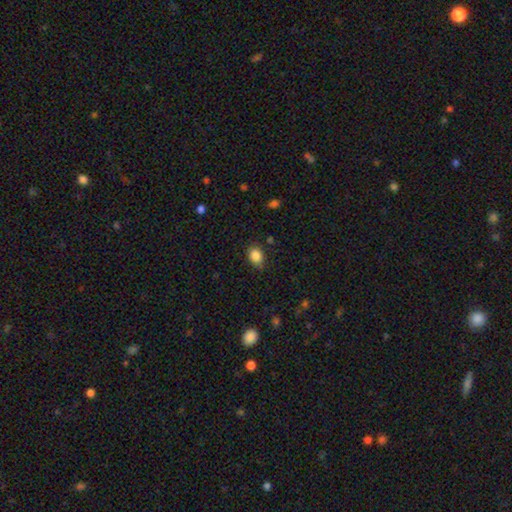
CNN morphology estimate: Overall: smooth (86%). How rounded: in between (64%; round 35%). Merging: none (78%).